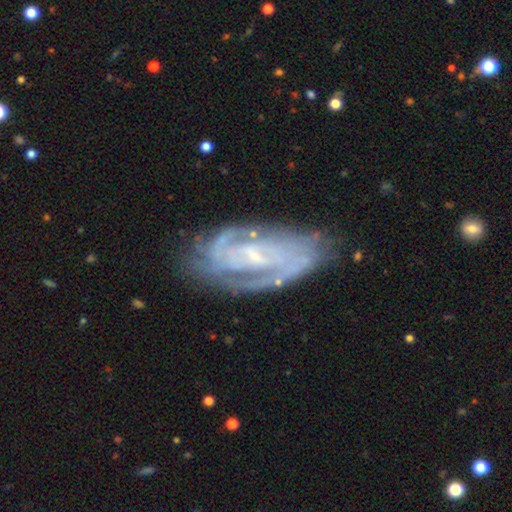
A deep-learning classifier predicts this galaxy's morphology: A featured or disk galaxy (84%) with no bar (44%), 2 (36%) tight (63%) spiral arms (93%) and a small central bulge (66%). Merging: none (70%).